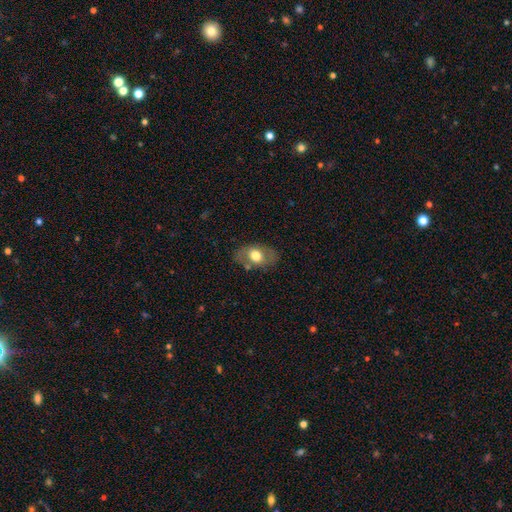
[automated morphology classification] smooth_or_featured: smooth (p=0.60) [alt: featured or disk p=0.33]
how_rounded: in between (p=0.84) [alt: round p=0.14]
merging: none (p=0.73) [alt: minor disturbance p=0.18]